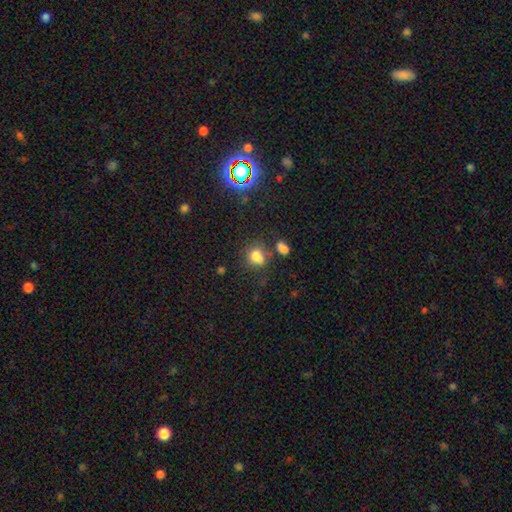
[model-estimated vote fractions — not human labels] Overall: smooth (74%). How rounded: round (55%; in between 44%). Merging: none (54%; minor disturbance 20%).